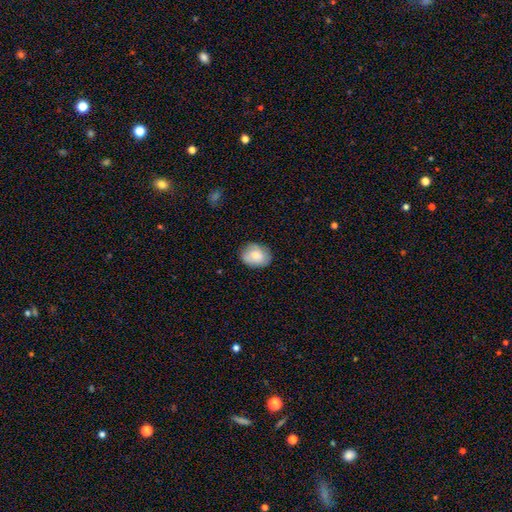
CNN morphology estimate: smooth 77%, featured or disk 16%, star or artifact 7%. Down the decision tree: how rounded — in between (60%); merging — none (78%).